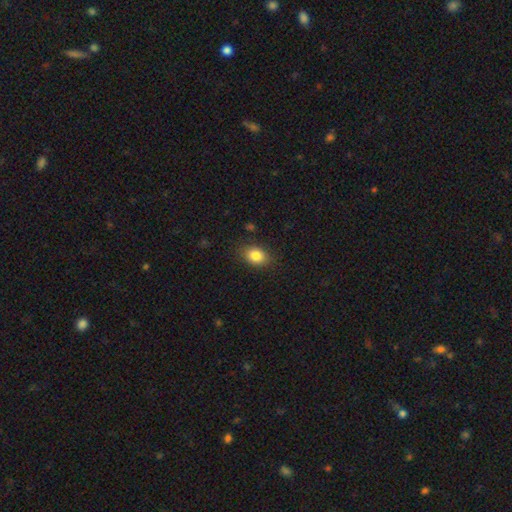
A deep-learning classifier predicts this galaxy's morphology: Smooth or featured?
  - smooth: 85% *
  - star or artifact: 9%
  - featured or disk: 6%
How rounded?
  - in between: 71% *
  - round: 28%
  - cigar-shaped: 1%
Merging?
  - none: 84% *
  - minor disturbance: 12%
  - major disturbance: 3%
  - merger: 1%